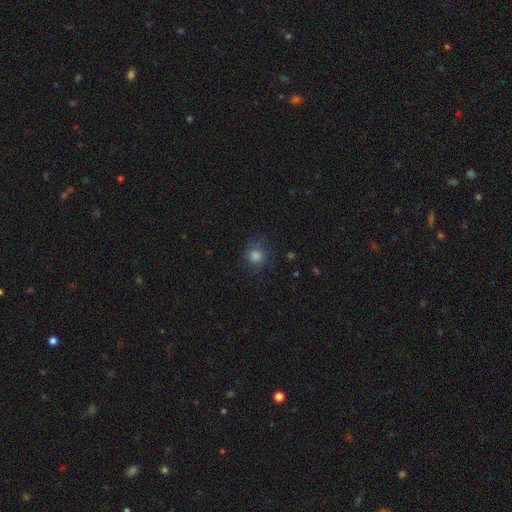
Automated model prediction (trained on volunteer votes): Morphology: type=smooth (78%); roundness=round (85%); merging=none (75%).